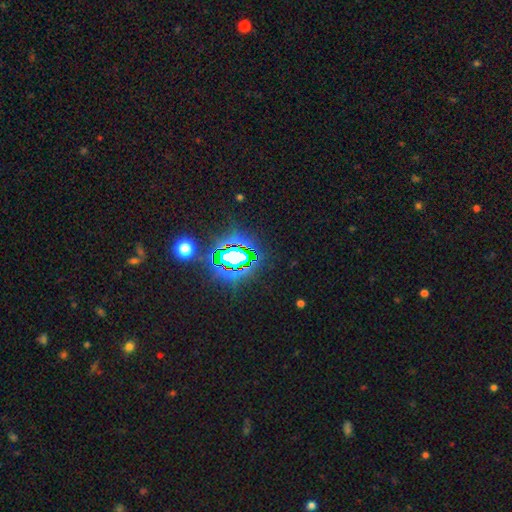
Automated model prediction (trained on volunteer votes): This appears to be a star or artifact, not a galaxy (84%).